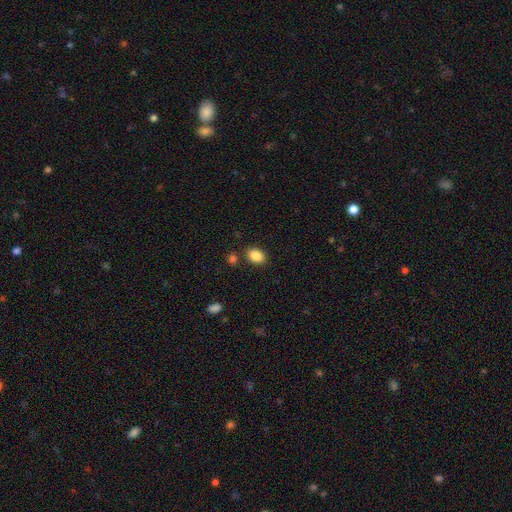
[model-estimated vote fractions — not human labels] smooth_or_featured: smooth (p=0.87) [alt: star or artifact p=0.09]
how_rounded: in between (p=0.77) [alt: round p=0.22]
merging: none (p=0.82) [alt: minor disturbance p=0.10]